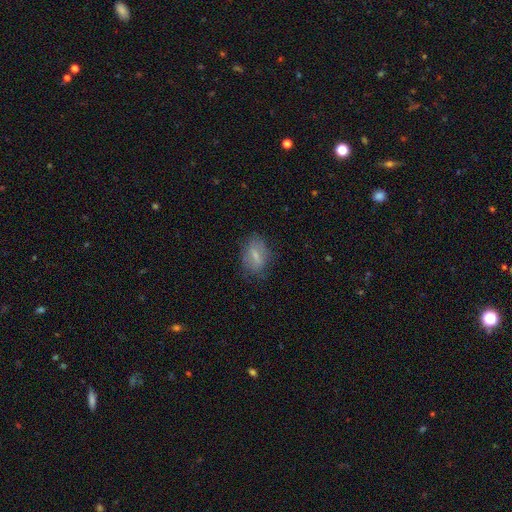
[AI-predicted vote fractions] Smooth or featured?
  - smooth: 58% *
  - featured or disk: 32%
  - star or artifact: 9%
How rounded?
  - in between: 79% *
  - round: 16%
  - cigar-shaped: 5%
Merging?
  - none: 71% *
  - minor disturbance: 20%
  - major disturbance: 7%
  - merger: 1%